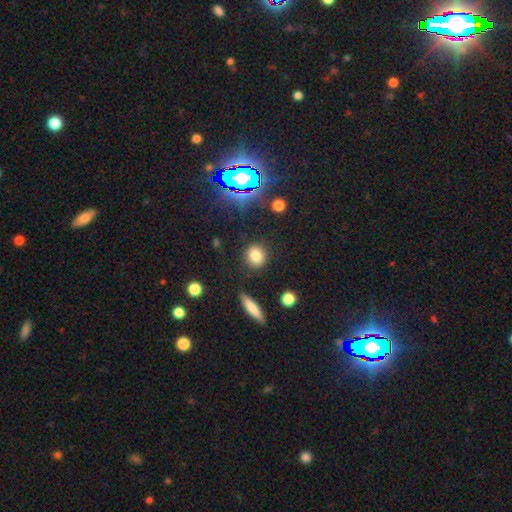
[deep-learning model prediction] Smooth or featured? smooth (80%)
How rounded? round (75%)
Merging? none (86%)